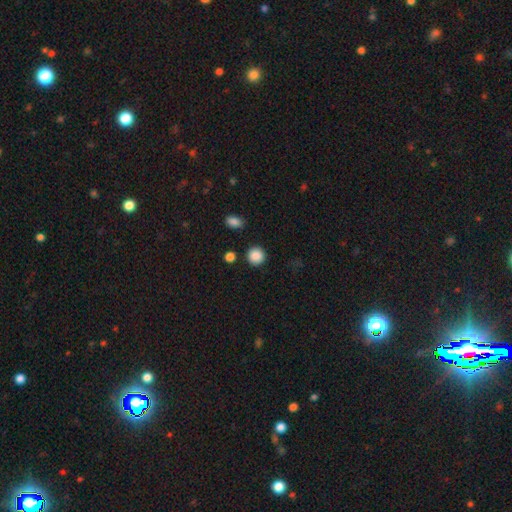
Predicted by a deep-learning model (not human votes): This appears to be a smooth galaxy with no disk features (88%) that is round (93%). Merging: none (89%).